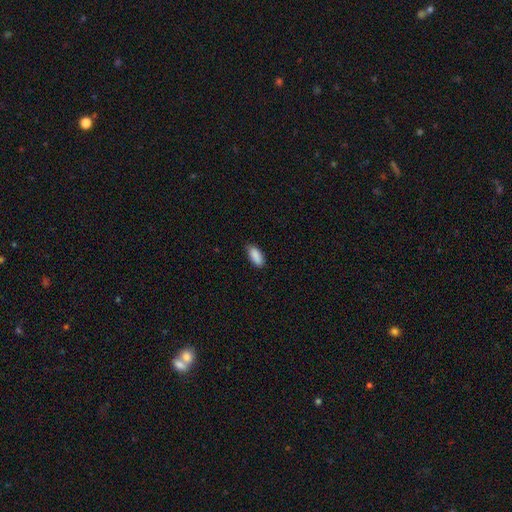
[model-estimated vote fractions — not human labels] Morphology: type=smooth (90%); roundness=in between (87%); merging=none (78%).